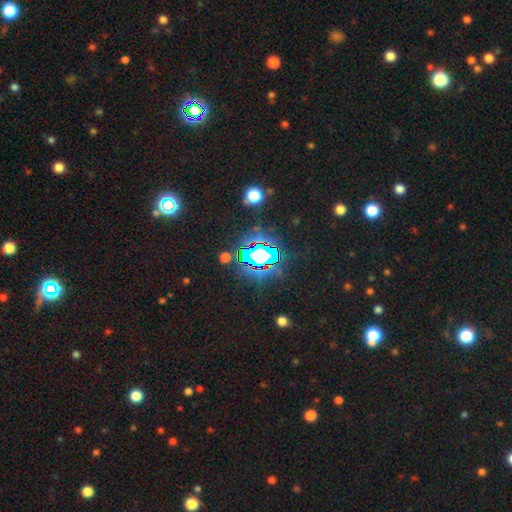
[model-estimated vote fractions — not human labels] Q: Smooth or featured?
A: star or artifact (77%); runner-up: smooth (14%)